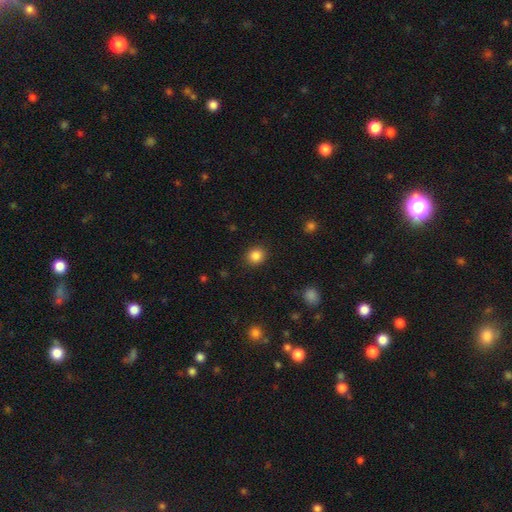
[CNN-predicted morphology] type=smooth (86%); roundness=round (78%); merging=none (89%).